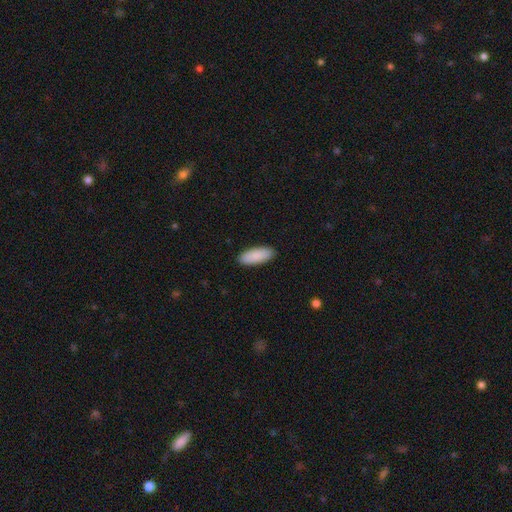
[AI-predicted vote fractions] Smooth or featured? smooth (90%)
How rounded? in between (77%)
Merging? none (91%)